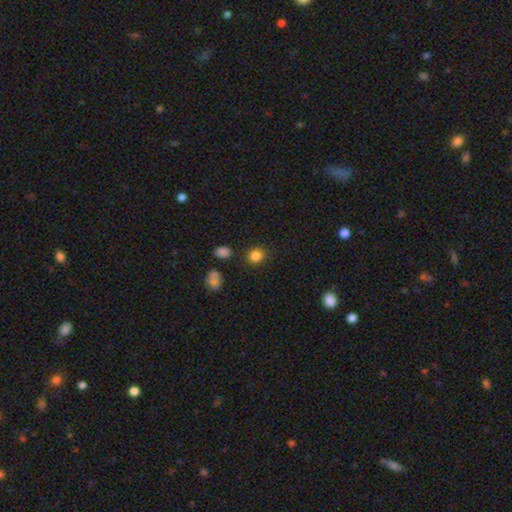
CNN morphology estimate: smooth_or_featured: smooth (p=0.84) [alt: star or artifact p=0.12]
how_rounded: round (p=0.77) [alt: in between p=0.22]
merging: none (p=0.84) [alt: minor disturbance p=0.09]